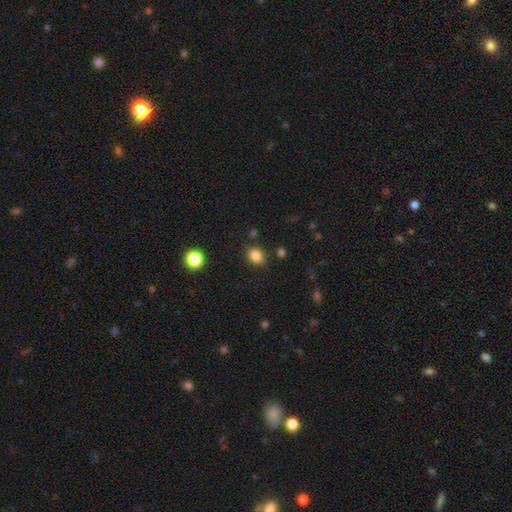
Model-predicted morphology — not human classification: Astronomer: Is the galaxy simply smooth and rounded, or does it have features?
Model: smooth — 84%.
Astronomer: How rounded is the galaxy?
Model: in between — 59% (runner-up: round, 40%).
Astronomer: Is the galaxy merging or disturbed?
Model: none — 85%.